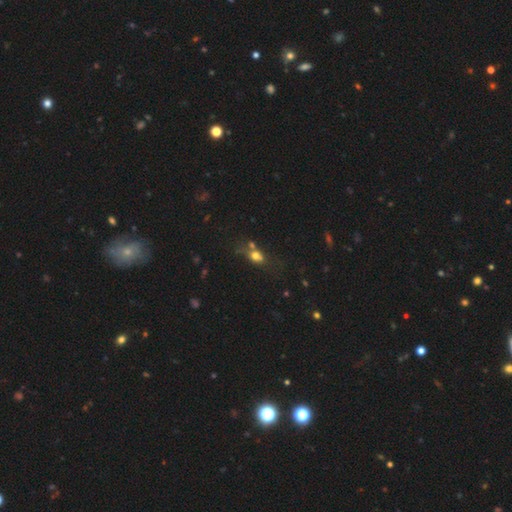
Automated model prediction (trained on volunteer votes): A smooth galaxy with no disk features (67%) that is in between round and cigar-shaped (48%).

Vote fractions:
- Smooth or featured? smooth: 67% / featured or disk: 17% / star or artifact: 17%
- How rounded? in between: 48% / round: 46% / cigar-shaped: 5%
- Merging? none: 41% / merger: 32% / minor disturbance: 16% / major disturbance: 10%